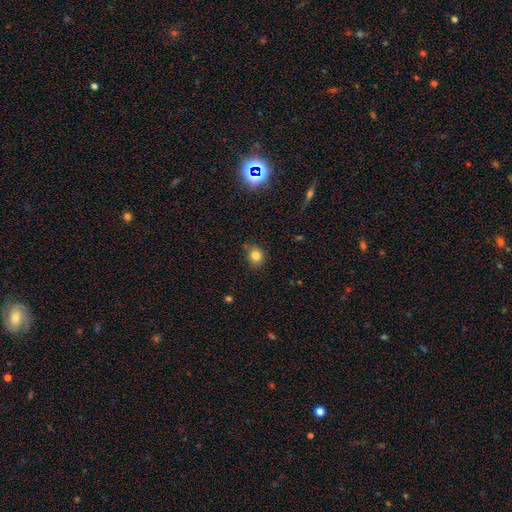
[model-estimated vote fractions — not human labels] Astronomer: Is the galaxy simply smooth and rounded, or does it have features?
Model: smooth — 81%.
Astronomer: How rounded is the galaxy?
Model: round — 72%.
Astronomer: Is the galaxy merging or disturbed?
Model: none — 77%.